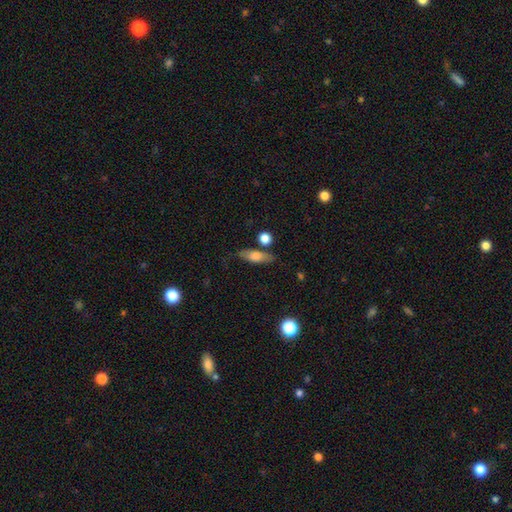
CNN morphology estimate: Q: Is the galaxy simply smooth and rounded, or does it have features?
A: smooth — 67%.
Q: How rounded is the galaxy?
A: in between — 56%.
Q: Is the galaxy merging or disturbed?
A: none — 71%.